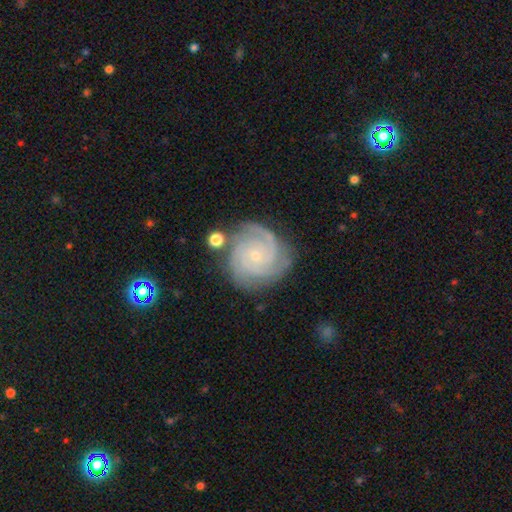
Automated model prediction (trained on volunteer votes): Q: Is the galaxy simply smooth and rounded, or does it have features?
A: featured or disk — 89%.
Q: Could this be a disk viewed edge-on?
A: no — 98%.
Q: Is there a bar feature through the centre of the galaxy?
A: no — 78%.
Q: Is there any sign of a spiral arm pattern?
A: yes — 98%.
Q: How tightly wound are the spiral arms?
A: tight — 76%.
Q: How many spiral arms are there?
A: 3 — 43%.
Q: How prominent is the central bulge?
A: small — 82%.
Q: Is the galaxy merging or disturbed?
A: none — 77%.